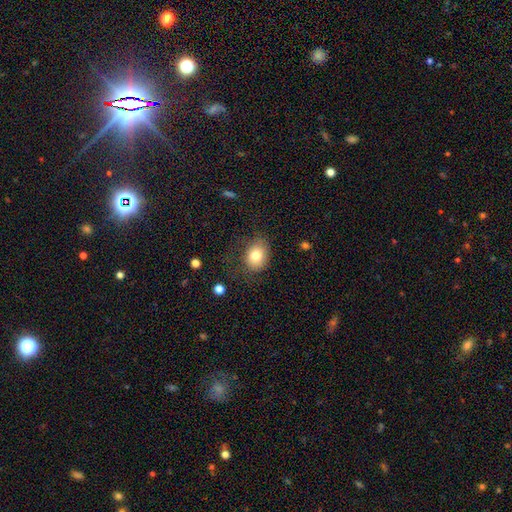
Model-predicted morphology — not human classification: Smooth or featured: smooth — 78% (featured or disk — 12%)
How rounded: in between — 55% (round — 44%)
Merging: none — 65% (minor disturbance — 22%)